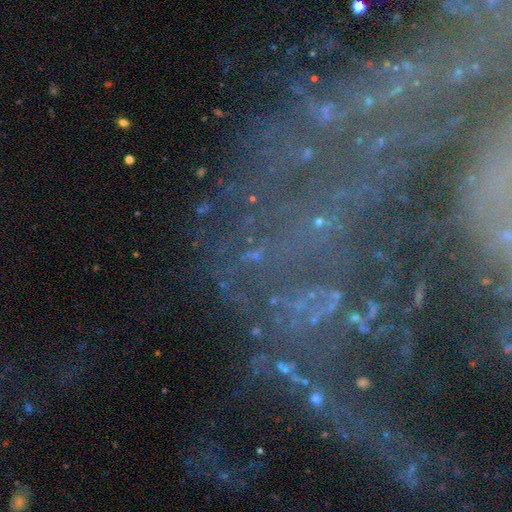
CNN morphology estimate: smooth-or-featured: star or artifact: 56% | featured or disk: 31% | smooth: 13%